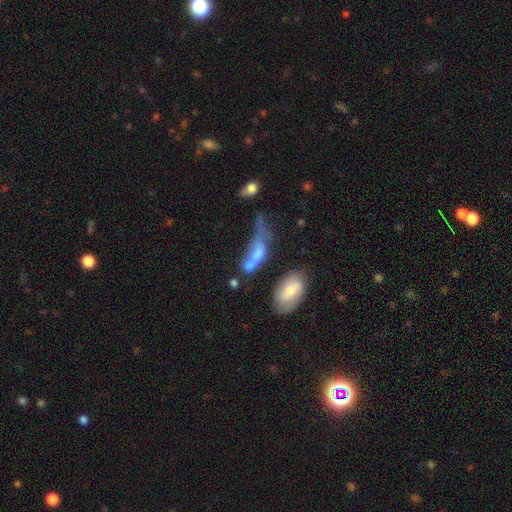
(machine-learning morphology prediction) The model was most divided on "merging": merger: 42%, major disturbance: 26%, none: 17%, minor disturbance: 15%. More confident: how rounded — in between (65%); smooth or featured — smooth (53%).